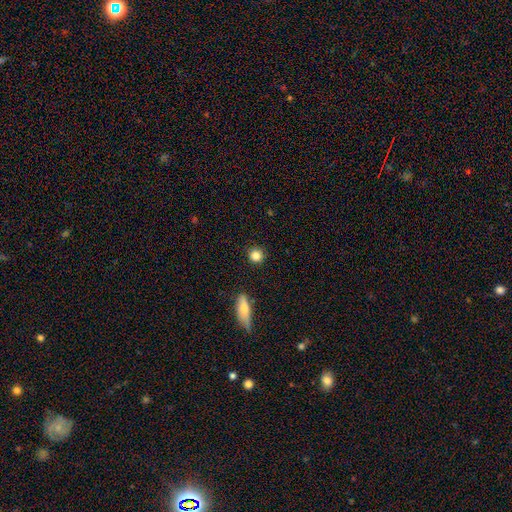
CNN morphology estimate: The model was most divided on "smooth or featured": smooth: 84%, star or artifact: 10%, featured or disk: 6%. More confident: how rounded — round (91%); merging — none (90%).